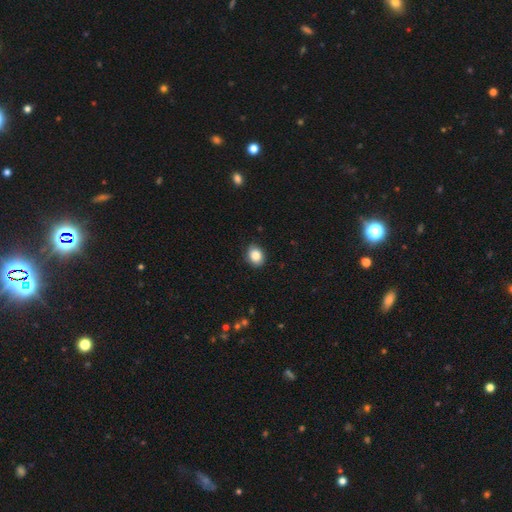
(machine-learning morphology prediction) Smooth or featured? smooth (85%)
How rounded? round (50%)
Merging? none (85%)